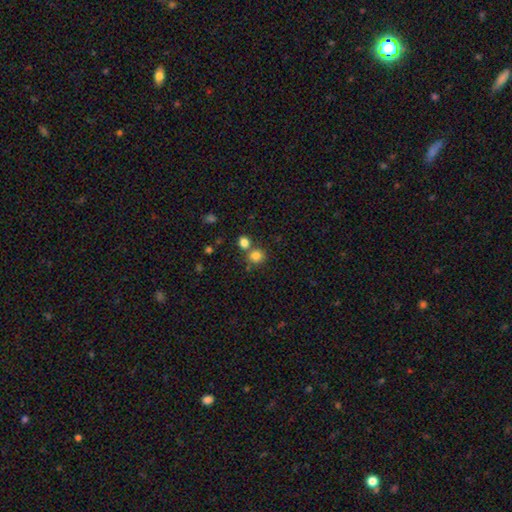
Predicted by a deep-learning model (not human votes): Overall: smooth (82%). How rounded: round (85%). Merging: none (63%; merger 26%).